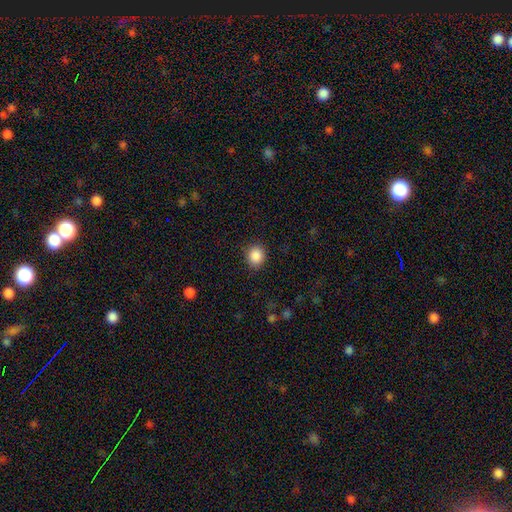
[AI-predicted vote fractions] This is clearly a smooth galaxy (88%). How rounded: likely round (76%). Merging: clearly none (88%).